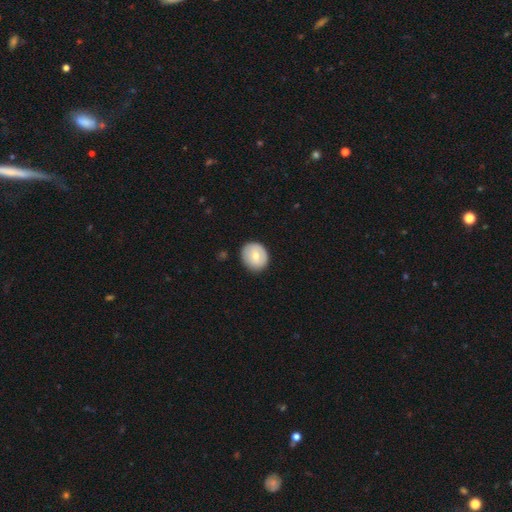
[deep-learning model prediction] Q: Smooth or featured?
A: smooth (68%); runner-up: featured or disk (25%)
Q: How rounded?
A: round (76%); runner-up: in between (23%)
Q: Merging?
A: none (84%); runner-up: minor disturbance (12%)